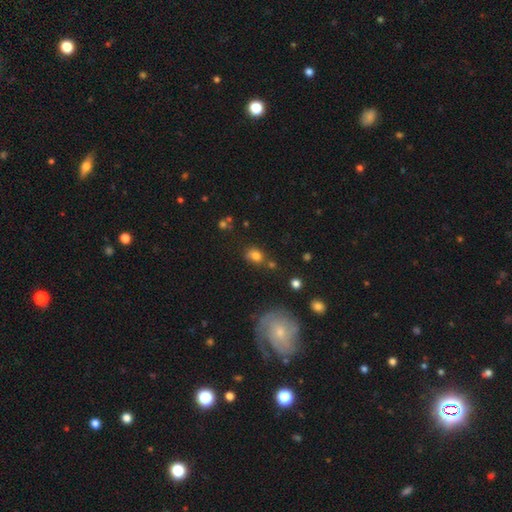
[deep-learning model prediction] Q: Smooth or featured?
A: smooth (76%); runner-up: star or artifact (15%)
Q: How rounded?
A: in between (54%); runner-up: round (44%)
Q: Merging?
A: none (55%); runner-up: minor disturbance (21%)